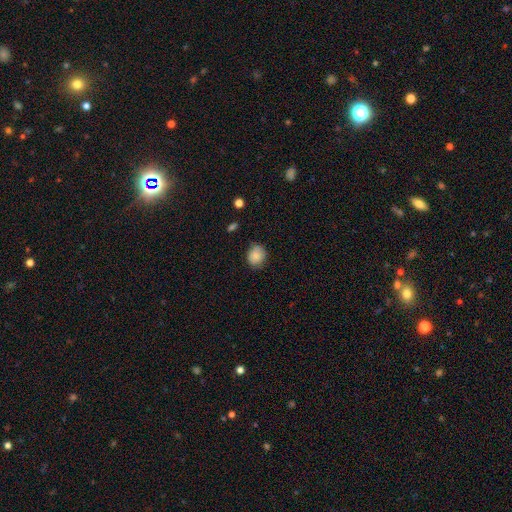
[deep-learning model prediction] smooth_or_featured: smooth (p=0.86) [alt: star or artifact p=0.08]
how_rounded: round (p=0.70) [alt: in between p=0.29]
merging: none (p=0.75) [alt: minor disturbance p=0.20]